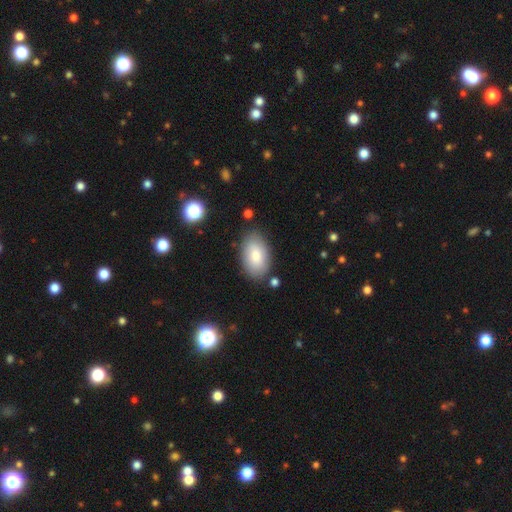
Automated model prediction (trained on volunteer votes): Smooth or featured?
  - smooth: 82% *
  - featured or disk: 12%
  - star or artifact: 6%
How rounded?
  - in between: 94% *
  - round: 5%
  - cigar-shaped: 1%
Merging?
  - none: 81% *
  - minor disturbance: 13%
  - major disturbance: 3%
  - merger: 3%